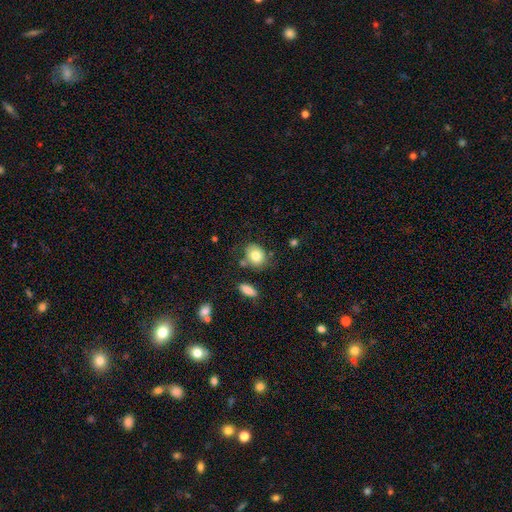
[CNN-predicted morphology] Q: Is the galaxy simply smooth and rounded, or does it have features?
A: smooth — 80%.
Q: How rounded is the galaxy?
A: in between — 51%.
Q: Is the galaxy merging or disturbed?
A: none — 70%.